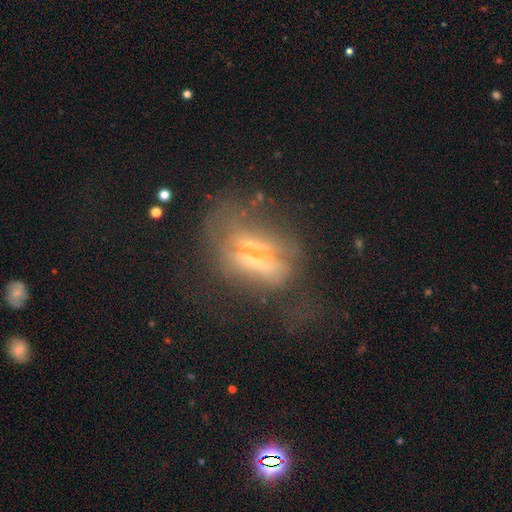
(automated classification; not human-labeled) A featured or disk galaxy (56%).

Vote fractions:
- Smooth or featured? featured or disk: 56% / smooth: 27% / star or artifact: 17%
- Edge-on disk? no: 66% / yes: 34%
- Merging? major disturbance: 41% / none: 33% / minor disturbance: 19% / merger: 6%